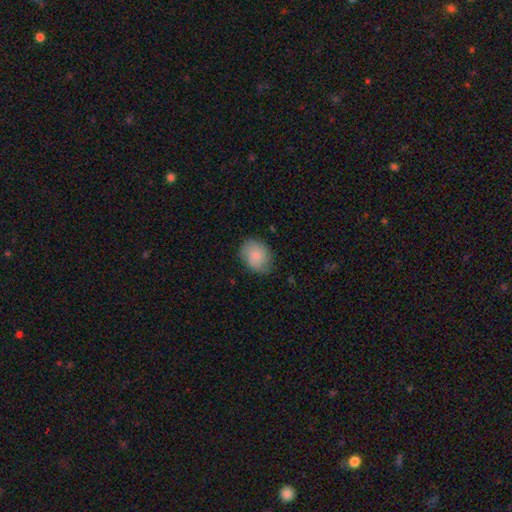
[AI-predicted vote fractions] smooth 79%, featured or disk 14%, star or artifact 7%. Down the decision tree: how rounded — in between (51%); merging — none (73%).